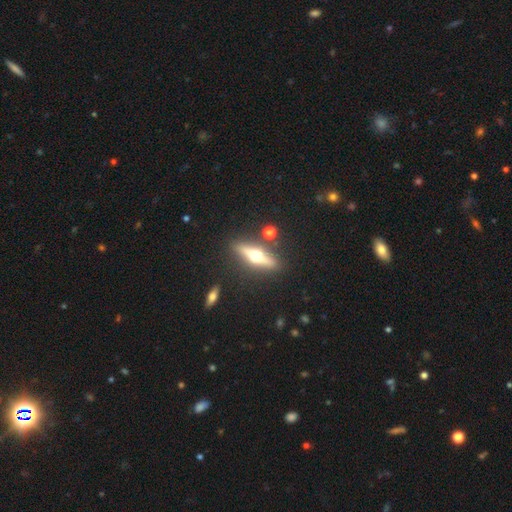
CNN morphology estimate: smooth_or_featured: featured or disk (p=0.67) [alt: smooth p=0.27]
disk_edge_on: yes (p=0.94) [alt: no p=0.06]
edge_on_bulge: rounded (p=0.96) [alt: boxy p=0.02]
merging: none (p=0.85) [alt: minor disturbance p=0.08]